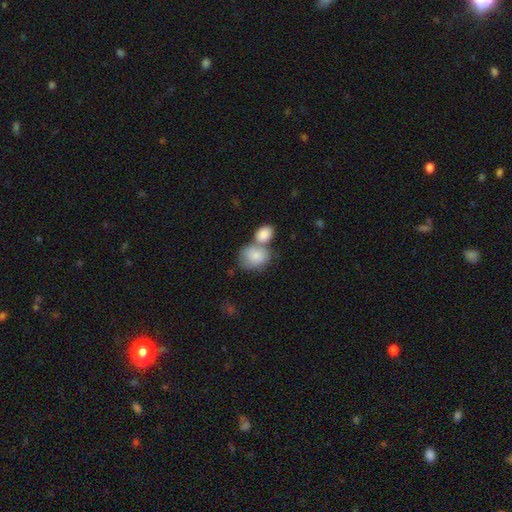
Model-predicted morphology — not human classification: type=smooth (83%); roundness=in between (59%); merging=merger (58%).